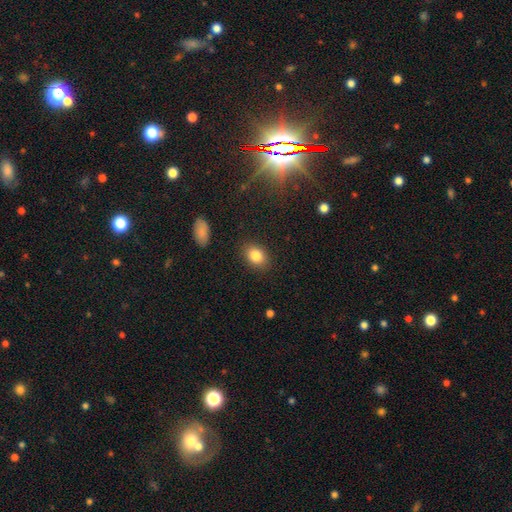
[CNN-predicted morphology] type=smooth (84%); roundness=in between (68%); merging=none (87%).